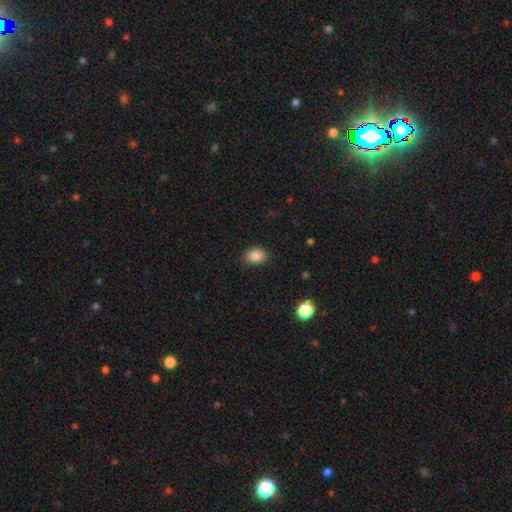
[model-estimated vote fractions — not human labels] Smooth or featured: smooth — 87% (star or artifact — 9%)
How rounded: in between — 69% (round — 30%)
Merging: none — 84% (minor disturbance — 12%)